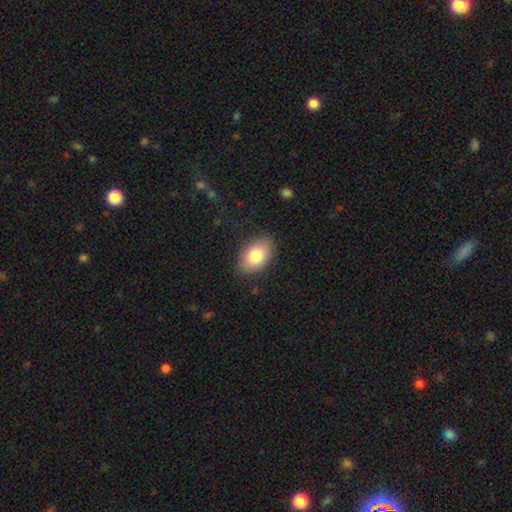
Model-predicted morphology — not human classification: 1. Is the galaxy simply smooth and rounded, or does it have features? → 82% smooth, 11% featured or disk, 7% star or artifact.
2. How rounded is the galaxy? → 89% in between, 10% round, 1% cigar-shaped.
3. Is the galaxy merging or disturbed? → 84% none, 12% minor disturbance, 3% major disturbance, 1% merger.